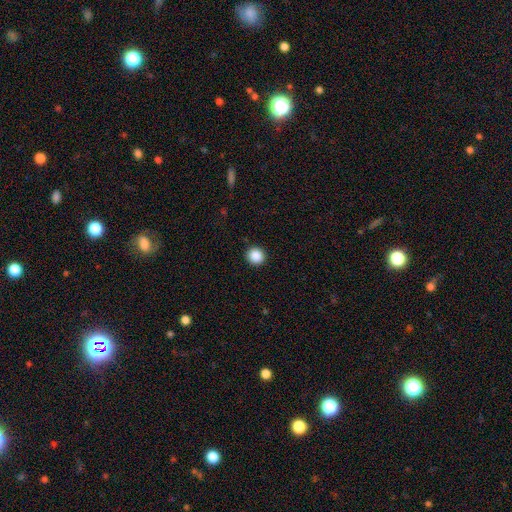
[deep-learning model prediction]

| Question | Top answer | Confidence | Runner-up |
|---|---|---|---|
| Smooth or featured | smooth | 88% | star or artifact (9%) |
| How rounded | round | 92% | in between (7%) |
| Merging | none | 92% | minor disturbance (5%) |